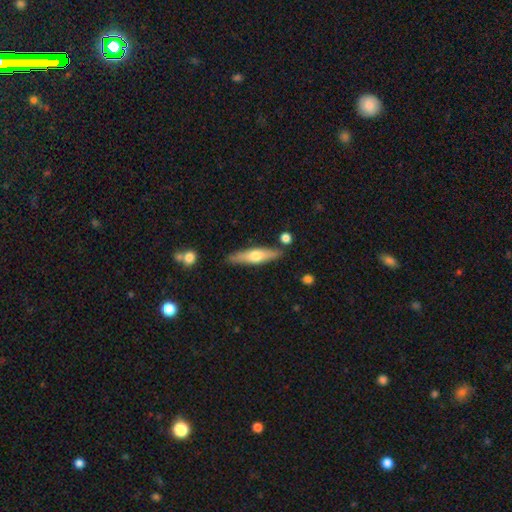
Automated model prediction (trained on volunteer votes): Smooth or featured?
  - smooth: 48% *
  - featured or disk: 47%
  - star or artifact: 5%
Merging?
  - none: 82% *
  - minor disturbance: 11%
  - merger: 4%
  - major disturbance: 2%